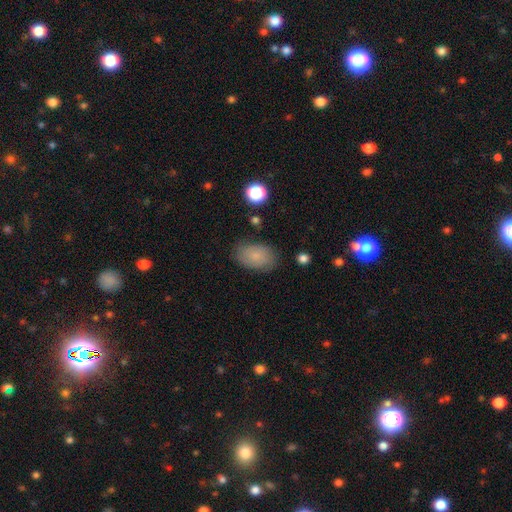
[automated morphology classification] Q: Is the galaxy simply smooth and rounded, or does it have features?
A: smooth — 76%.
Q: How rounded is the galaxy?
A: in between — 87%.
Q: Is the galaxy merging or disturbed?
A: none — 79%.